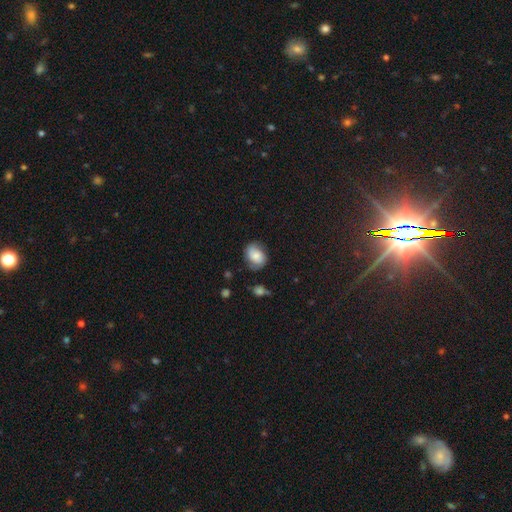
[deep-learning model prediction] smooth 63%, featured or disk 28%, star or artifact 9%. Down the decision tree: how rounded — in between (60%); merging — none (65%).